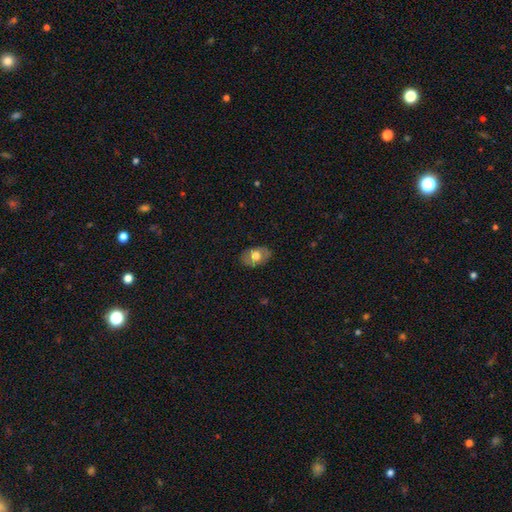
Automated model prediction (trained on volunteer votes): A smooth galaxy with no disk features (64%) that is in between round and cigar-shaped (85%).

Vote fractions:
- Smooth or featured? smooth: 64% / featured or disk: 29% / star or artifact: 7%
- How rounded? in between: 85% / round: 14% / cigar-shaped: 1%
- Merging? none: 82% / minor disturbance: 14% / major disturbance: 3% / merger: 1%